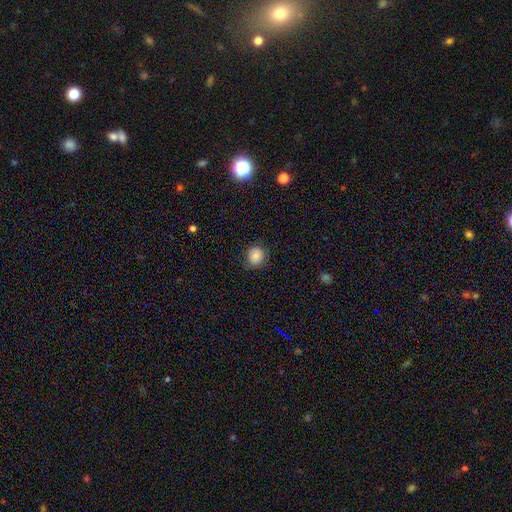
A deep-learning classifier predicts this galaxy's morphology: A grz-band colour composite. It shows a smooth galaxy with no disk features (77%) that is round (81%). Merging: none (75%).